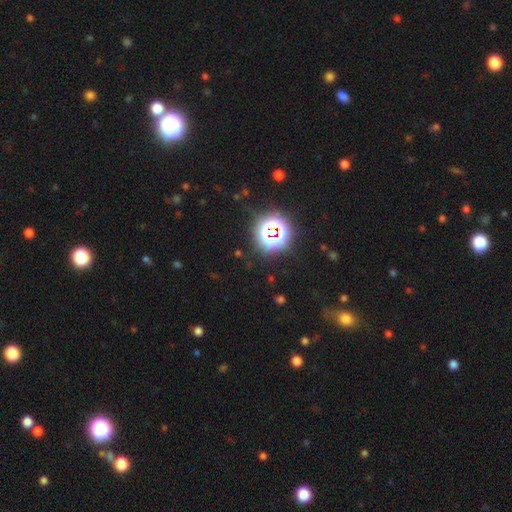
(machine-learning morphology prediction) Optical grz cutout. It shows a star or artifact, not a galaxy (78%).